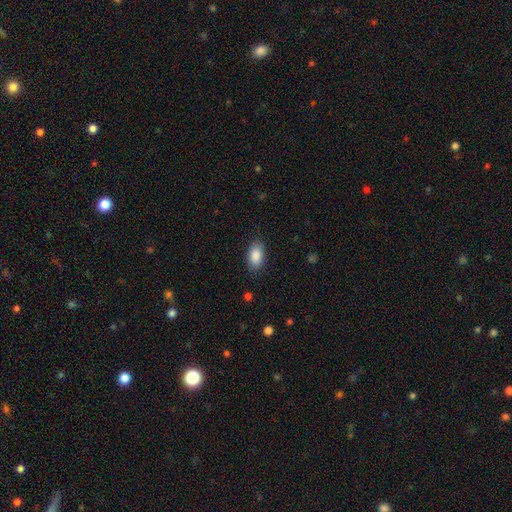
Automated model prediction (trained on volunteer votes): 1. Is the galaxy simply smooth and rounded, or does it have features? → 89% smooth, 7% star or artifact, 4% featured or disk.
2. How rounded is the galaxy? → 93% in between, 4% round, 3% cigar-shaped.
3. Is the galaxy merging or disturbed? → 85% none, 11% minor disturbance, 3% major disturbance, 1% merger.